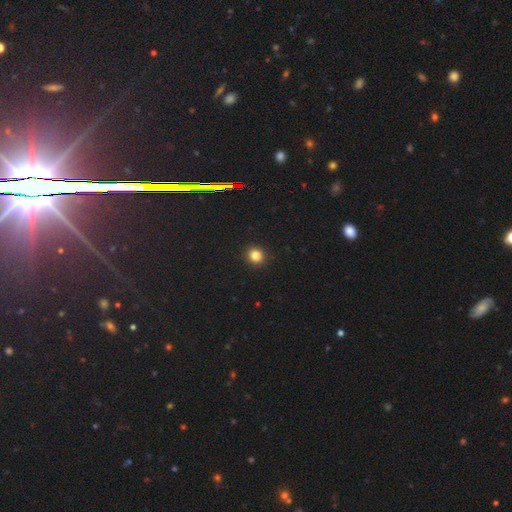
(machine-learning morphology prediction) Overall: smooth (82%). How rounded: round (88%). Merging: none (93%).